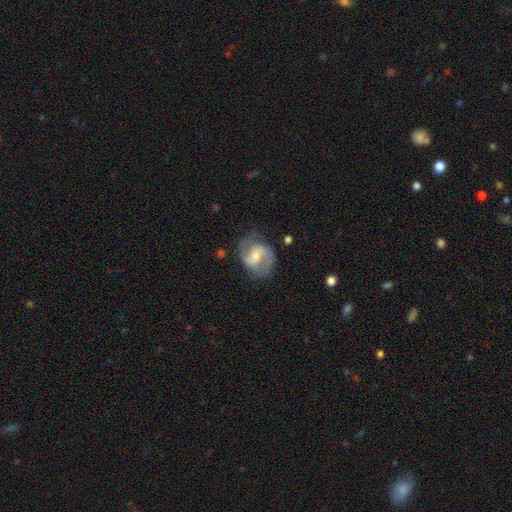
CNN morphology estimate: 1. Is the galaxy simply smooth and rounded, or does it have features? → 78% featured or disk, 17% smooth, 6% star or artifact.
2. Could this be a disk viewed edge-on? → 98% no, 2% yes.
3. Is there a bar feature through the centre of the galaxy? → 52% weak, 26% no, 22% strong.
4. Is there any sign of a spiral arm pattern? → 92% yes, 8% no.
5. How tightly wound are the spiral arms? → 52% medium, 31% loose, 17% tight.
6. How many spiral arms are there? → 88% 2, 6% can't tell, 2% 1, 2% 3, 1% 4, 1% more than 4.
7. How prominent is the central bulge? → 49% small, 43% moderate, 4% none, 3% large, 1% dominant.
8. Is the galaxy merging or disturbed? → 68% none, 20% minor disturbance, 10% major disturbance, 2% merger.